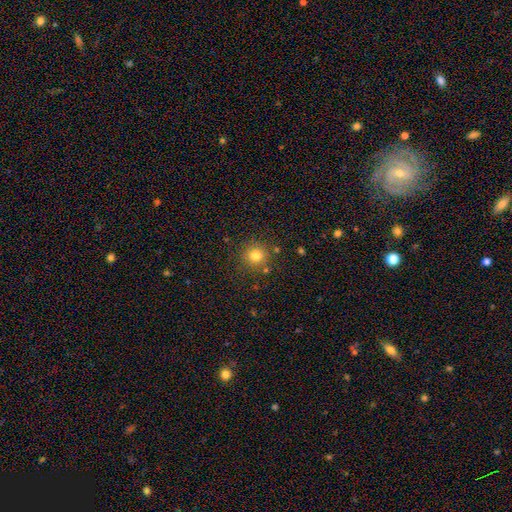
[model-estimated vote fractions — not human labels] The model was most divided on "smooth or featured": smooth: 80%, star or artifact: 14%, featured or disk: 6%. More confident: how rounded — round (92%); merging — none (85%).